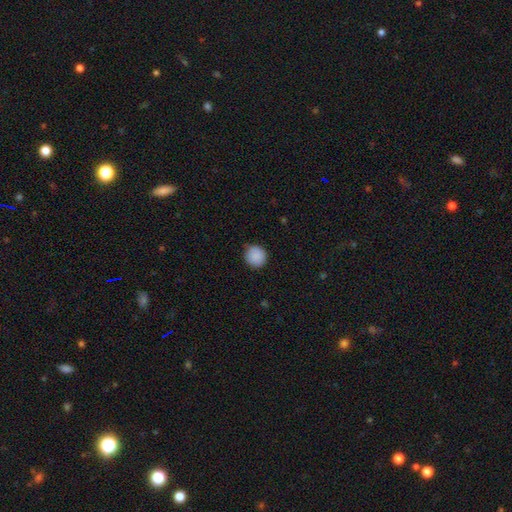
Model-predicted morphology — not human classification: The model was most divided on "merging": none: 86%, minor disturbance: 11%, major disturbance: 2%, merger: 1%. More confident: how rounded — round (91%); smooth or featured — smooth (89%).